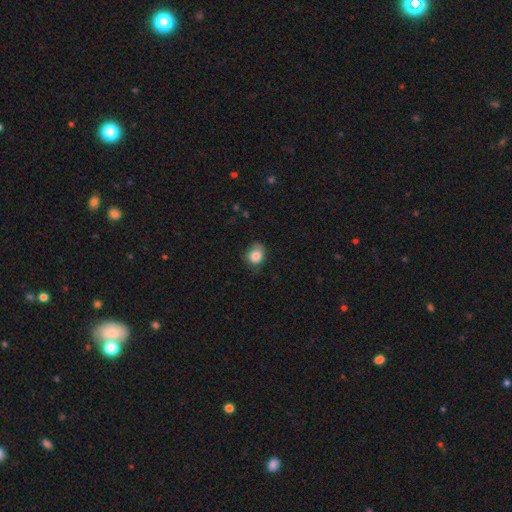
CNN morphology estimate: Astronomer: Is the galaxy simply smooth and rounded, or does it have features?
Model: smooth — 82%.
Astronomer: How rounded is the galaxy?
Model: round — 67%.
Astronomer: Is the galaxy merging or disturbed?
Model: none — 59%.